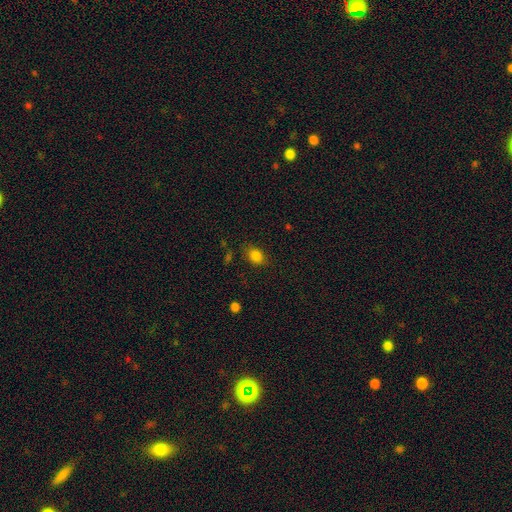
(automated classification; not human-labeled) Smooth or featured? smooth (83%)
How rounded? in between (69%)
Merging? none (77%)